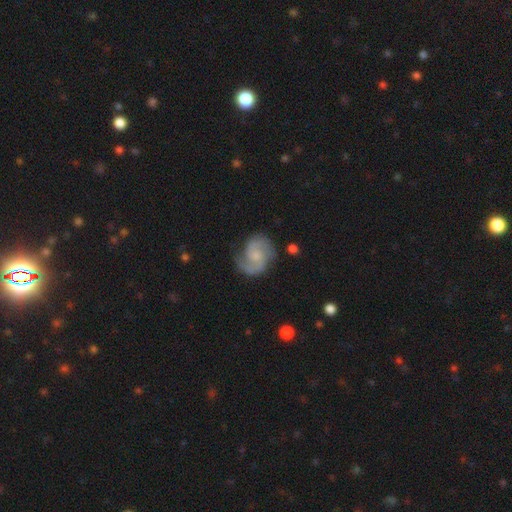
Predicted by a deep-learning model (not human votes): A featured or disk galaxy (82%) with no bar (60%), 2 (87%) medium (52%) spiral arms (97%) and a small central bulge (49%). Merging: none (72%).